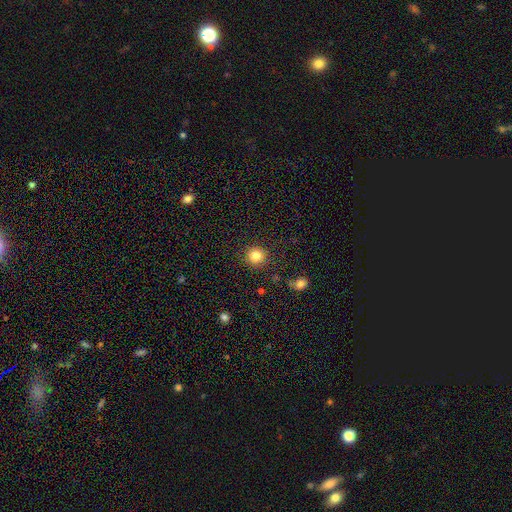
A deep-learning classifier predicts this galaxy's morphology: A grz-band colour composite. It shows a smooth galaxy with no disk features (84%) that is round (93%). Merging: none (89%).